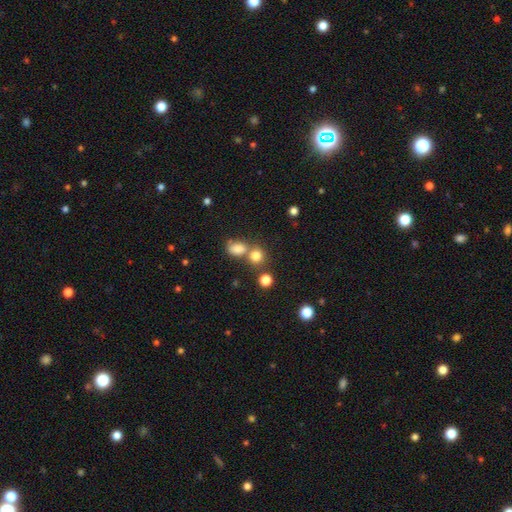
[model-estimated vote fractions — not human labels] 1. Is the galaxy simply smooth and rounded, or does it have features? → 79% smooth, 13% star or artifact, 8% featured or disk.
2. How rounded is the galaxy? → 78% round, 21% in between, 1% cigar-shaped.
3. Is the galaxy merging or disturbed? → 51% none, 37% merger, 8% minor disturbance, 4% major disturbance.